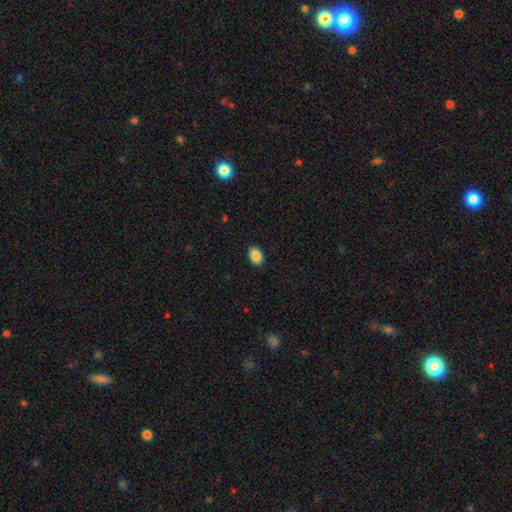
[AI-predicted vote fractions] Overall: smooth (88%). How rounded: in between (86%). Merging: none (90%).